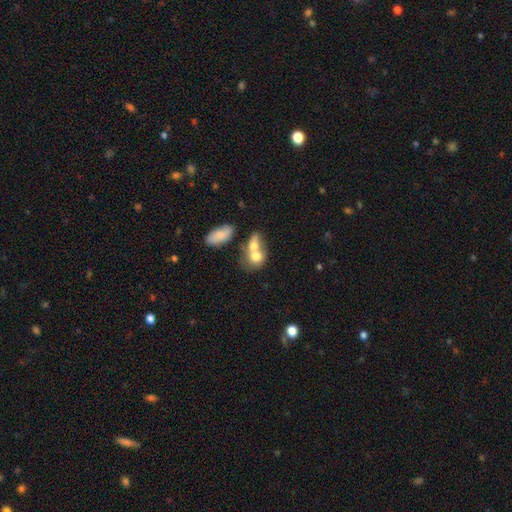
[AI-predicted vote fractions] Morphology: type=smooth (71%); roundness=in between (58%); merging=merger (68%).